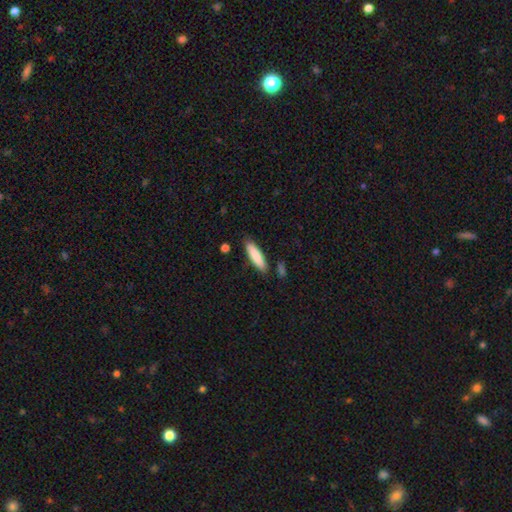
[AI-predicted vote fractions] Morphology: type=smooth (85%); roundness=cigar-shaped (69%); merging=none (85%).